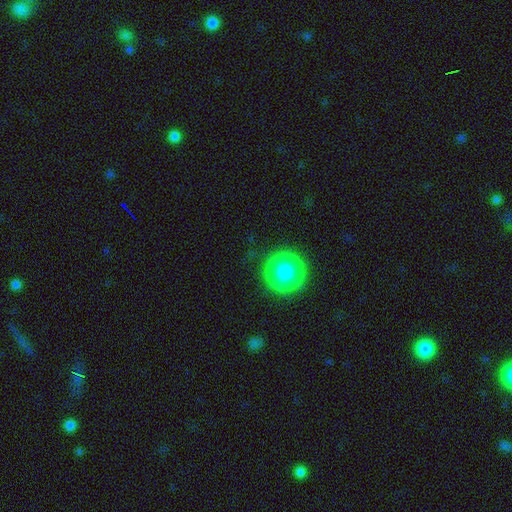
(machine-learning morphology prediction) Smooth or featured? Predicted: smooth (p=0.57). How rounded? Predicted: round (p=0.93). Merging? Predicted: none (p=0.88).